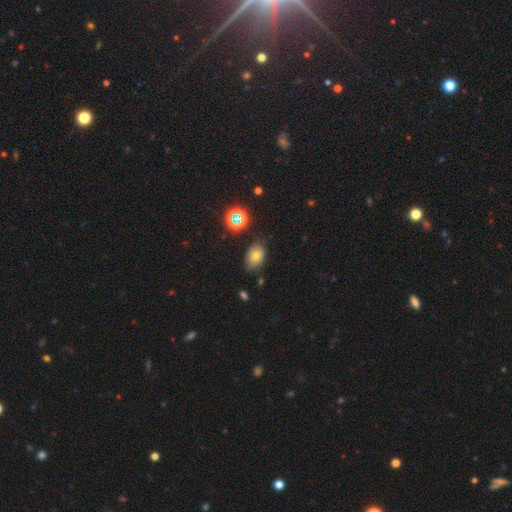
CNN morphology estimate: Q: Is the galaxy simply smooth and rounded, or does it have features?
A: smooth — 69%.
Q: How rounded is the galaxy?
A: in between — 77%.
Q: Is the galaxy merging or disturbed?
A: none — 76%.